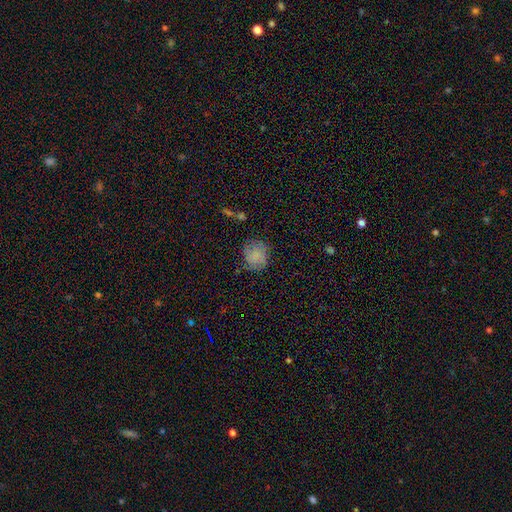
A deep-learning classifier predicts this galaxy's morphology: A smooth galaxy with no disk features (73%) that is round (69%).

Vote fractions:
- Smooth or featured? smooth: 73% / featured or disk: 17% / star or artifact: 10%
- How rounded? round: 69% / in between: 30% / cigar-shaped: 1%
- Merging? none: 64% / minor disturbance: 25% / major disturbance: 9% / merger: 2%